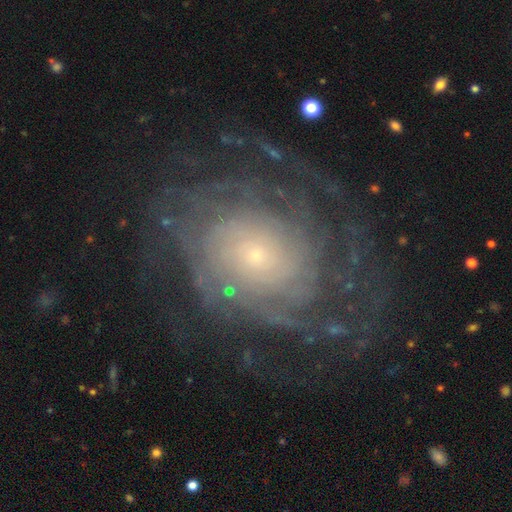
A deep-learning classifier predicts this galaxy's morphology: type=featured or disk (83%); edge-on=no (97%); bar=no (81%); spiral arms=yes (94%); winding=tight (73%); arm count=can't tell (38%); bulge=small (78%); merging=none (73%).